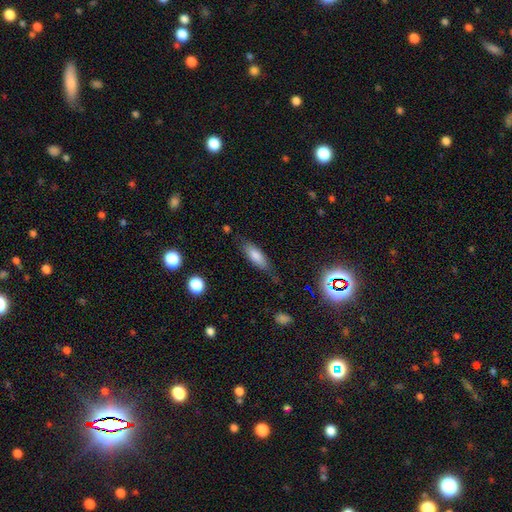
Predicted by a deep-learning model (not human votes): Smooth or featured? Predicted: smooth (p=0.78). How rounded? Predicted: in between (p=0.62). Merging? Predicted: none (p=0.69).